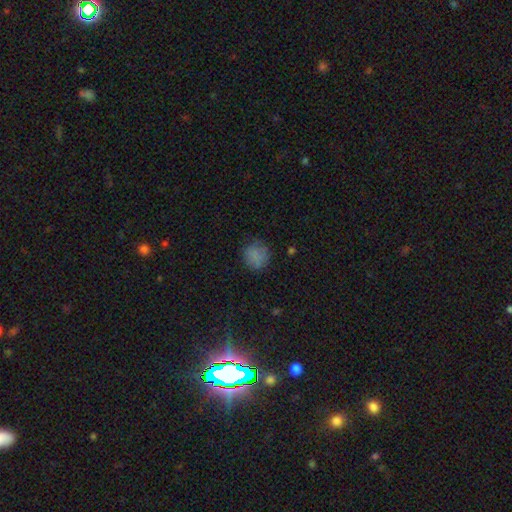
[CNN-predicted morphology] smooth-or-featured: smooth: 78% | star or artifact: 13% | featured or disk: 10%
  how-rounded: round: 86% | in between: 13% | cigar-shaped: 1%
  merging: none: 73% | minor disturbance: 18% | major disturbance: 7% | merger: 2%